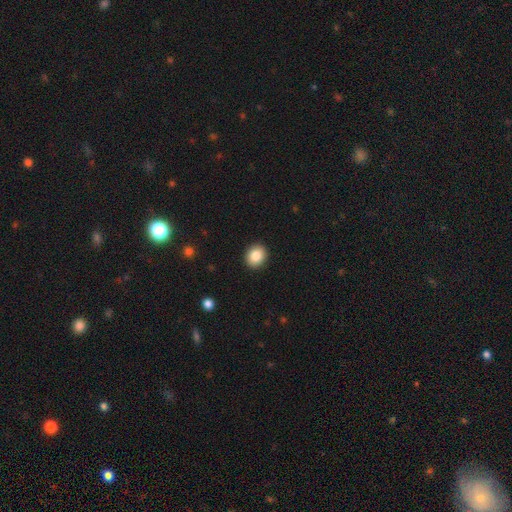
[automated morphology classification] A smooth galaxy with no disk features (86%) that is round (62%).

Vote fractions:
- Smooth or featured? smooth: 86% / star or artifact: 8% / featured or disk: 5%
- How rounded? round: 62% / in between: 37% / cigar-shaped: 1%
- Merging? none: 91% / minor disturbance: 6% / major disturbance: 2% / merger: 1%